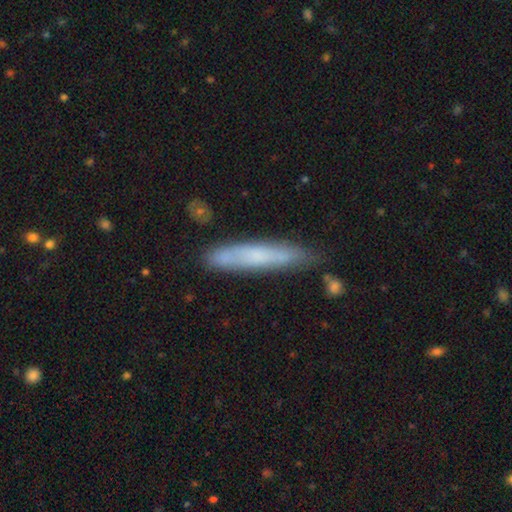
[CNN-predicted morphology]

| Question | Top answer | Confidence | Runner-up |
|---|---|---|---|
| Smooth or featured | smooth | 58% | featured or disk (34%) |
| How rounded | cigar-shaped | 93% | in between (6%) |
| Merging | none | 75% | minor disturbance (17%) |